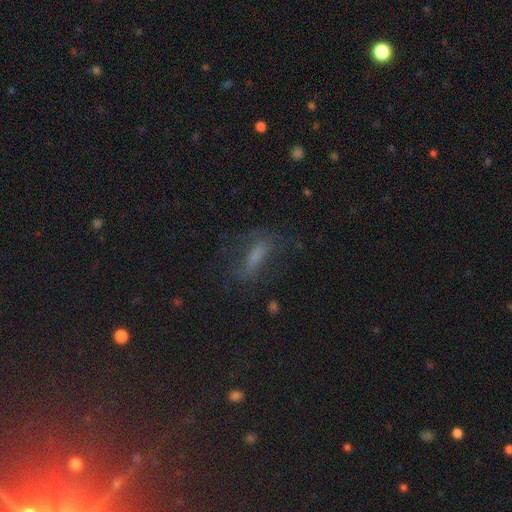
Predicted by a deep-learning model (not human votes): Smooth or featured?
  - smooth: 43% *
  - featured or disk: 36%
  - star or artifact: 21%
Merging?
  - none: 60% *
  - minor disturbance: 19%
  - major disturbance: 18%
  - merger: 2%